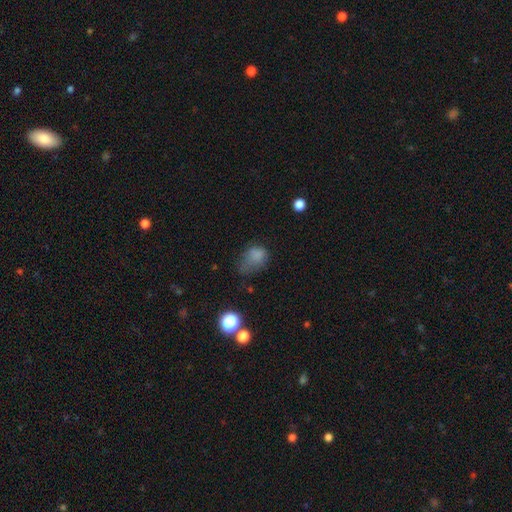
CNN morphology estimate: type=smooth (72%); roundness=in between (71%); merging=major disturbance (33%, tied with minor disturbance).